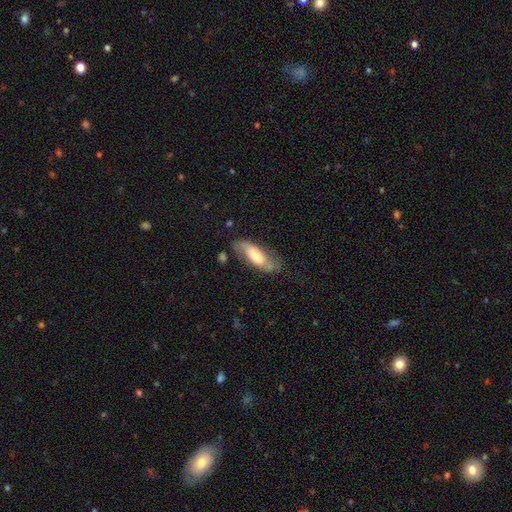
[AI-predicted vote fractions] The model was most divided on "smooth or featured": smooth: 52%, featured or disk: 42%, star or artifact: 6%. More confident: how rounded — in between (69%); merging — none (61%).